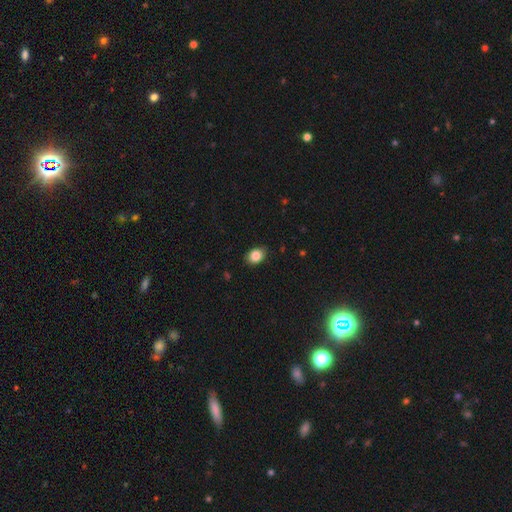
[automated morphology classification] The model was most divided on "how rounded": in between: 67%, round: 32%, cigar-shaped: 1%. More confident: merging — none (86%); smooth or featured — smooth (86%).